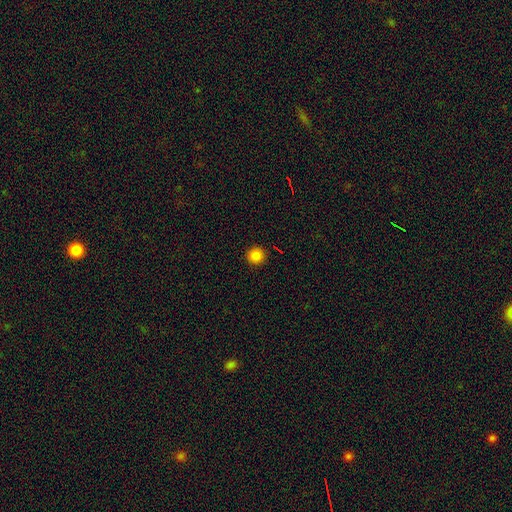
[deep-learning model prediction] This appears to be a smooth galaxy with no disk features (84%) that is round (95%). Merging: none (93%).